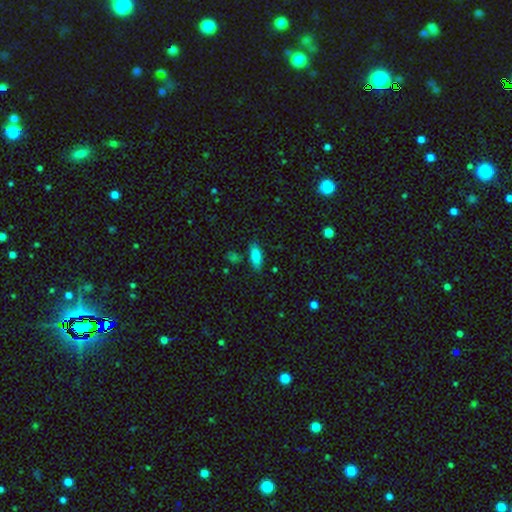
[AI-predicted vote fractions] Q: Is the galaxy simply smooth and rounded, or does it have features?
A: smooth — 81%.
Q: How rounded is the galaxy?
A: in between — 70%.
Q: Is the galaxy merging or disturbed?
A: none — 80%.